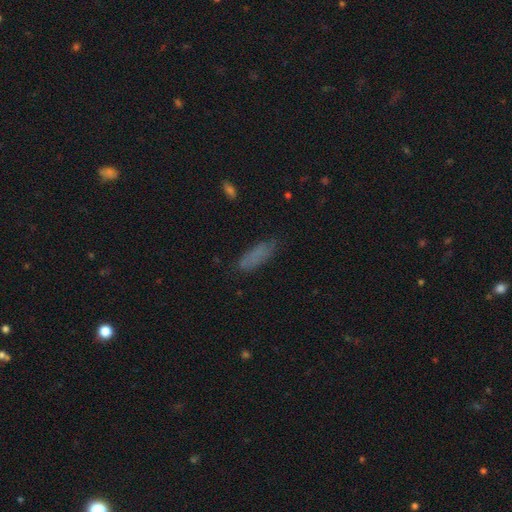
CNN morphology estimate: A smooth galaxy with no disk features (76%) that is cigar-shaped (50%). Merging: none (72%).